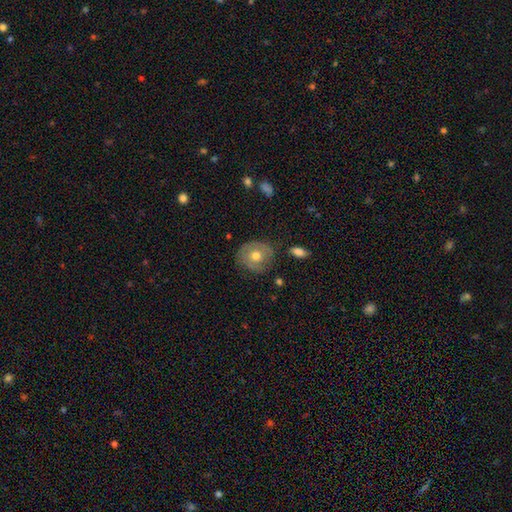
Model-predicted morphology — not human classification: The model was most divided on "smooth or featured": smooth: 51%, featured or disk: 42%, star or artifact: 7%. More confident: how rounded — round (80%); merging — none (76%).